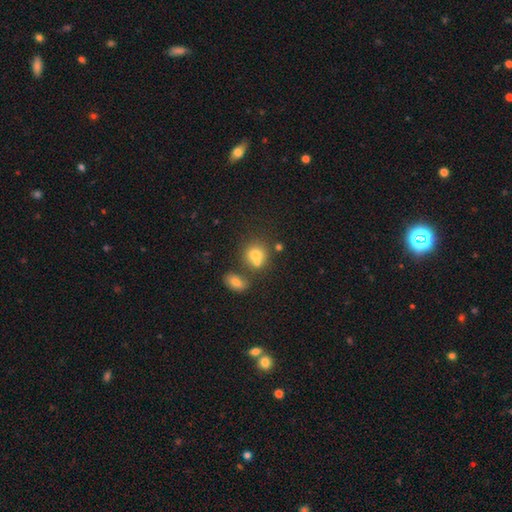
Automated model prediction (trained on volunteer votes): Smooth or featured? Predicted: smooth (p=0.72). How rounded? Predicted: round (p=0.73). Merging? Predicted: merger (p=0.43, tied with none).